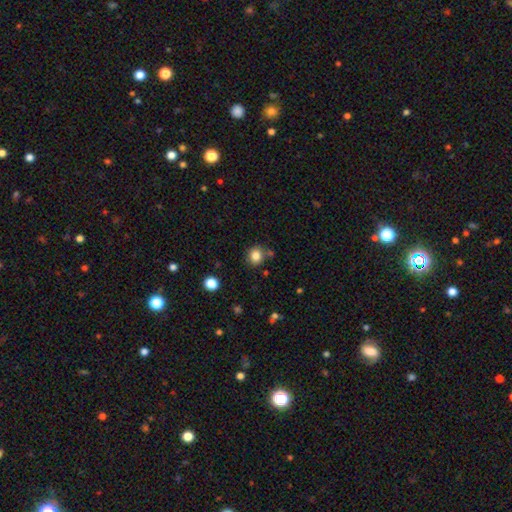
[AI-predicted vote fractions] Smooth or featured? smooth (83%)
How rounded? round (79%)
Merging? none (79%)